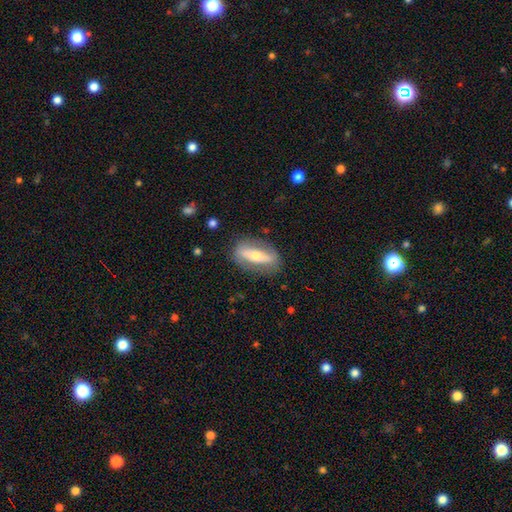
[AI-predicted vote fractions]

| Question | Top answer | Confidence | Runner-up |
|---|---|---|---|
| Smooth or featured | featured or disk | 57% | smooth (36%) |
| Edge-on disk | no | 60% | yes (40%) |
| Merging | none | 80% | minor disturbance (14%) |